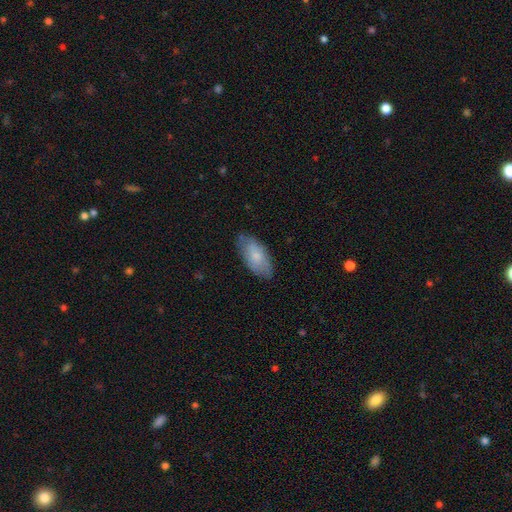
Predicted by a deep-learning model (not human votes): Smooth or featured? Predicted: smooth (p=0.74). How rounded? Predicted: in between (p=0.91). Merging? Predicted: none (p=0.76).